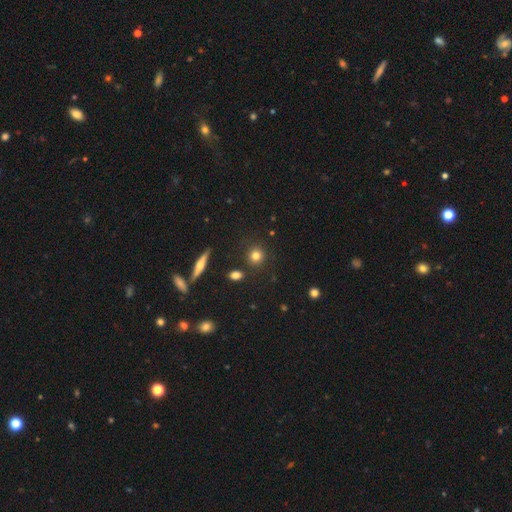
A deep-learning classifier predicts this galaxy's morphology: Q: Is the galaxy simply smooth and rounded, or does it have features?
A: smooth — 79%.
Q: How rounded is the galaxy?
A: round — 89%.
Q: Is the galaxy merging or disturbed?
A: none — 87%.